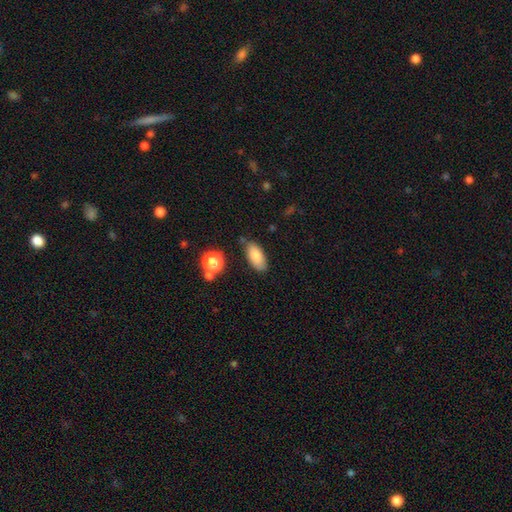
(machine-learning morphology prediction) This appears to be a smooth galaxy with no disk features (84%) that is in between round and cigar-shaped (88%). Merging: none (77%).